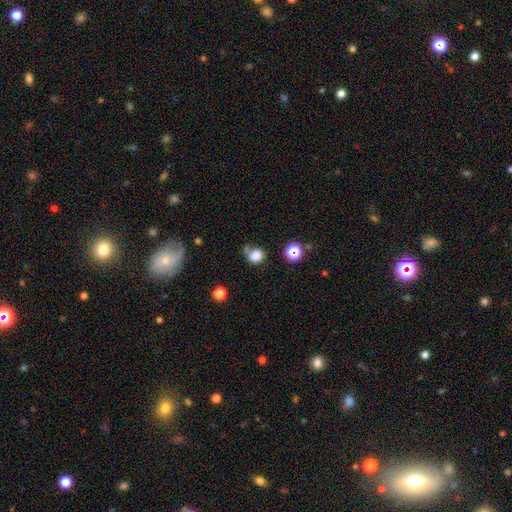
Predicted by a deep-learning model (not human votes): Morphology: type=smooth (78%); roundness=round (79%); merging=none (45%).